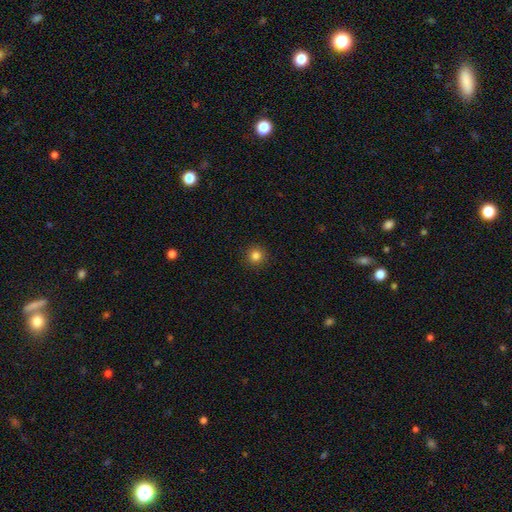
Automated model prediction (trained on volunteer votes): This appears to be a smooth galaxy with no disk features (82%) that is round (95%). Merging: none (93%).